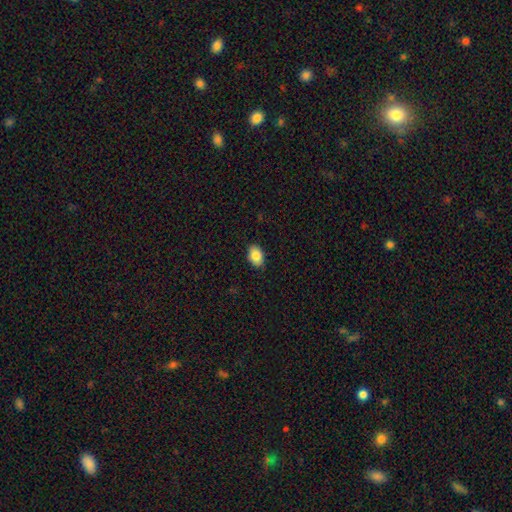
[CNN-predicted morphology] The model was most divided on "how rounded": in between: 86%, round: 13%, cigar-shaped: 1%. More confident: merging — none (87%); smooth or featured — smooth (86%).